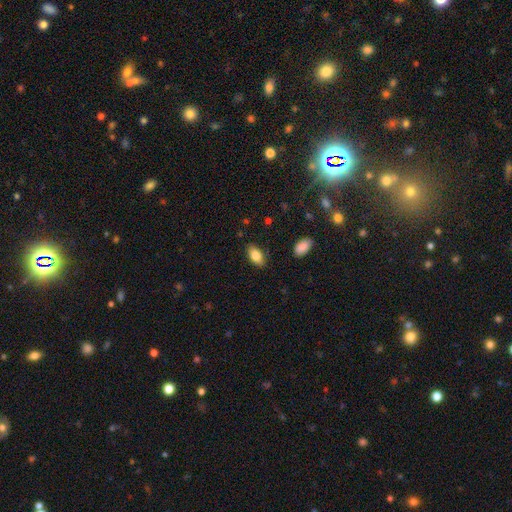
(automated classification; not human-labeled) Smooth or featured: smooth — 82% (featured or disk — 11%)
How rounded: in between — 91% (cigar-shaped — 5%)
Merging: none — 86% (minor disturbance — 11%)